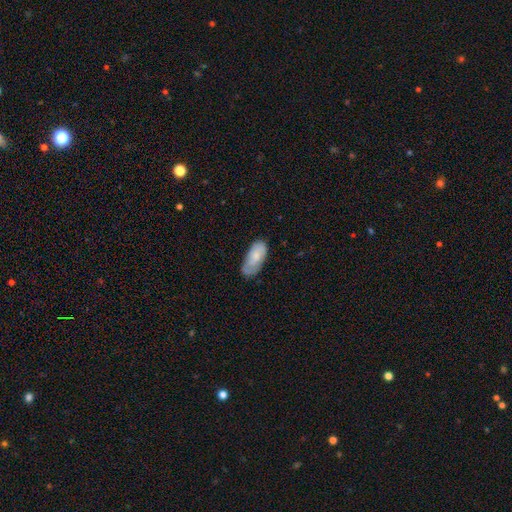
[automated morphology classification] This is likely a smooth galaxy (69%). How rounded: clearly in between (89%). Merging: possibly none (60%).